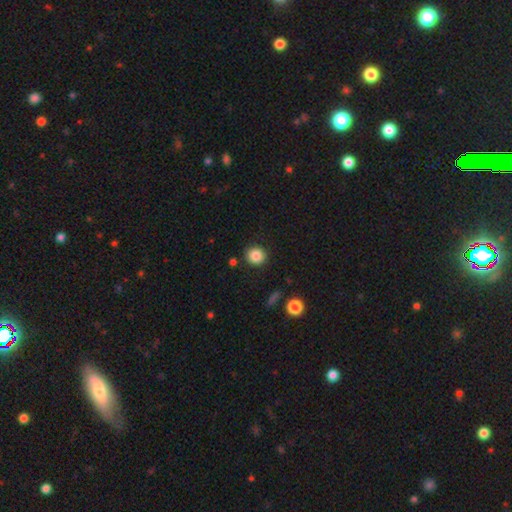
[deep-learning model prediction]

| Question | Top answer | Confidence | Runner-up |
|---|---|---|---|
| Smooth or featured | smooth | 85% | star or artifact (9%) |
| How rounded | round | 88% | in between (11%) |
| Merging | none | 89% | minor disturbance (7%) |